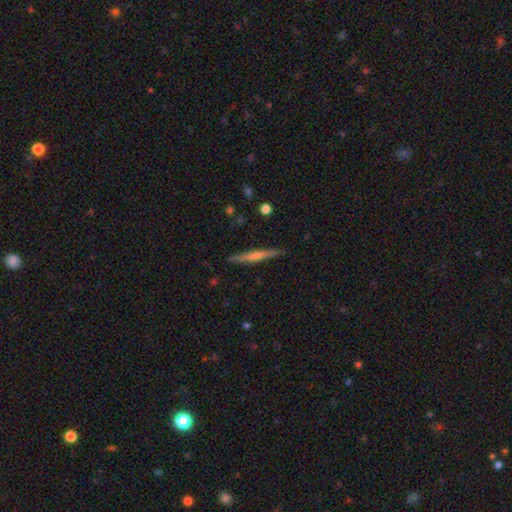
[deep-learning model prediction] Smooth or featured?
  - featured or disk: 71% *
  - smooth: 22%
  - star or artifact: 7%
Edge-on disk?
  - yes: 98% *
  - no: 2%
Edge-on bulge?
  - rounded: 68% *
  - none: 21%
  - boxy: 11%
Merging?
  - none: 91% *
  - minor disturbance: 7%
  - major disturbance: 1%
  - merger: 1%